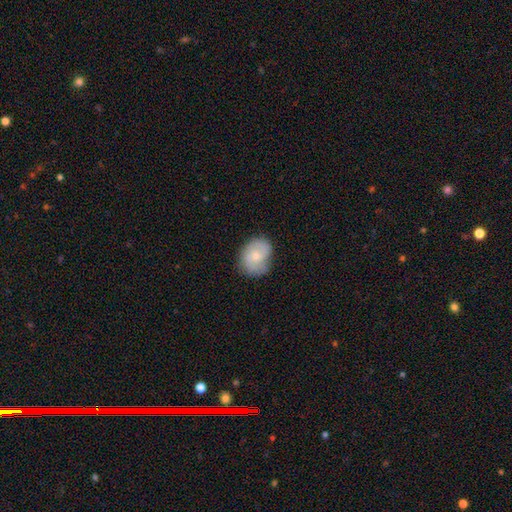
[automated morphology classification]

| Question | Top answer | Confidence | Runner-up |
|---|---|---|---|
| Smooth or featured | featured or disk | 49% | smooth (45%) |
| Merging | none | 66% | minor disturbance (25%) |